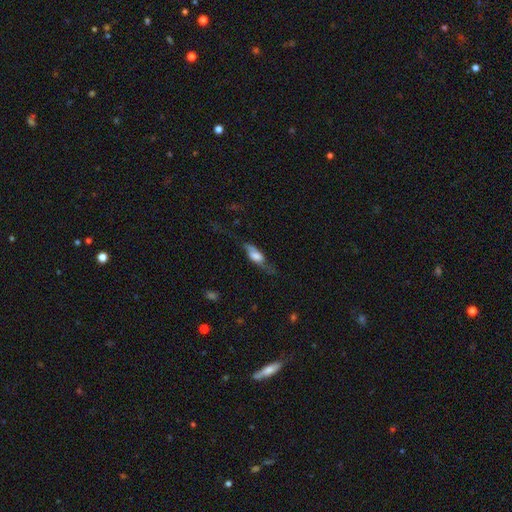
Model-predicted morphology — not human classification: Overall: featured or disk (50%; smooth 42%). Edge-on disk: no (59%; yes 41%). Merging: none (46%; major disturbance 27%).